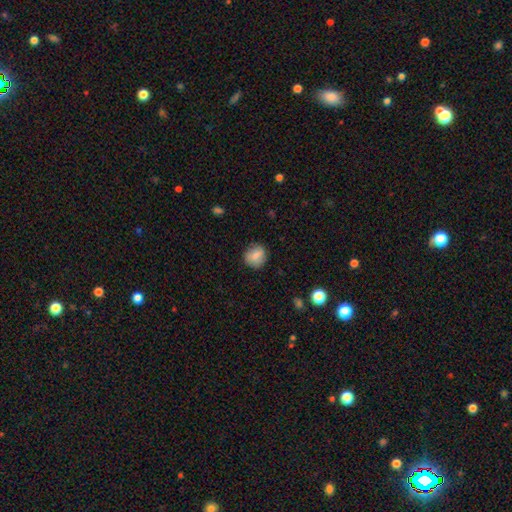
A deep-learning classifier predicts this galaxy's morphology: smooth-or-featured: smooth: 78% | featured or disk: 13% | star or artifact: 8%
  how-rounded: round: 82% | in between: 17% | cigar-shaped: 1%
  merging: none: 84% | minor disturbance: 12% | major disturbance: 3% | merger: 1%